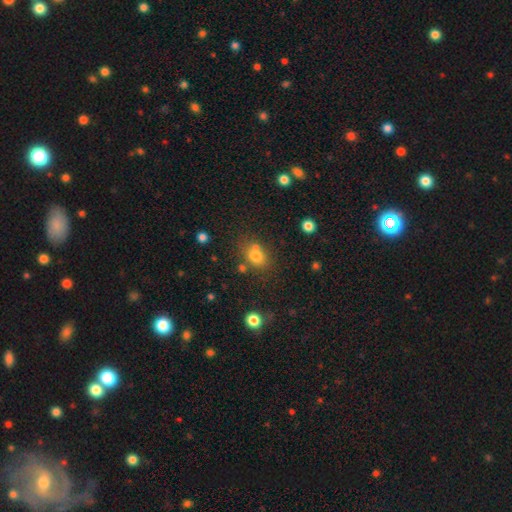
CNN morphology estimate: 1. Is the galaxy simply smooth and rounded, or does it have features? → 75% smooth, 14% star or artifact, 11% featured or disk.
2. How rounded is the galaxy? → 51% round, 48% in between, 1% cigar-shaped.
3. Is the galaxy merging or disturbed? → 60% none, 21% merger, 14% minor disturbance, 5% major disturbance.